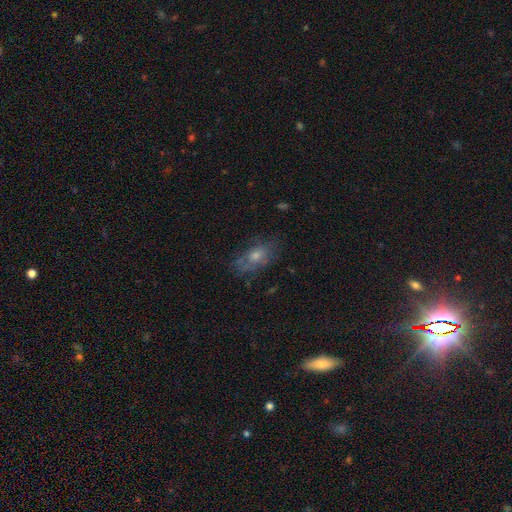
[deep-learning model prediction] Smooth or featured? smooth (48%)
Merging? none (64%)